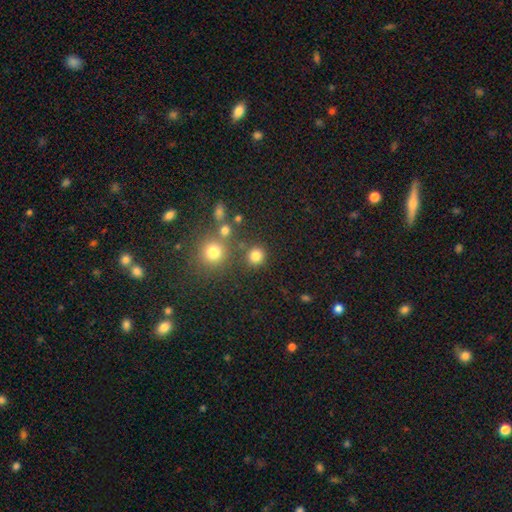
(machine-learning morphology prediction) smooth-or-featured: smooth: 80% | star or artifact: 15% | featured or disk: 5%
  how-rounded: round: 90% | in between: 9% | cigar-shaped: 1%
  merging: none: 82% | merger: 8% | minor disturbance: 7% | major disturbance: 3%